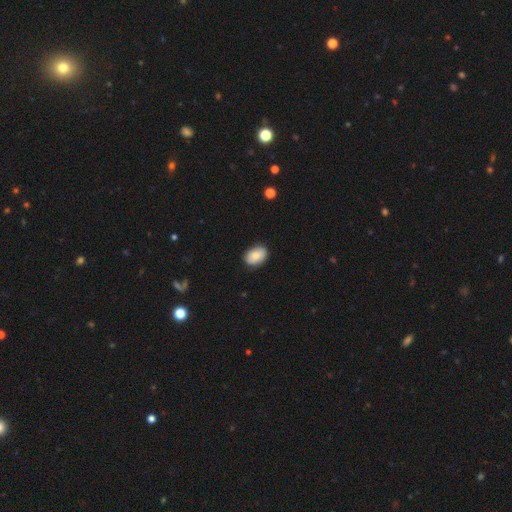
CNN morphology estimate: Q: Smooth or featured?
A: smooth (82%); runner-up: featured or disk (11%)
Q: How rounded?
A: in between (79%); runner-up: round (20%)
Q: Merging?
A: none (86%); runner-up: minor disturbance (11%)